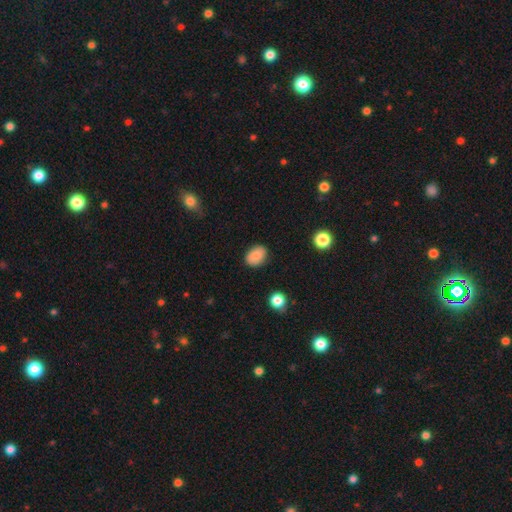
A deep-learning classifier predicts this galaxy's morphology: This is clearly a smooth galaxy (83%). How rounded: likely in between (72%). Merging: clearly none (83%).